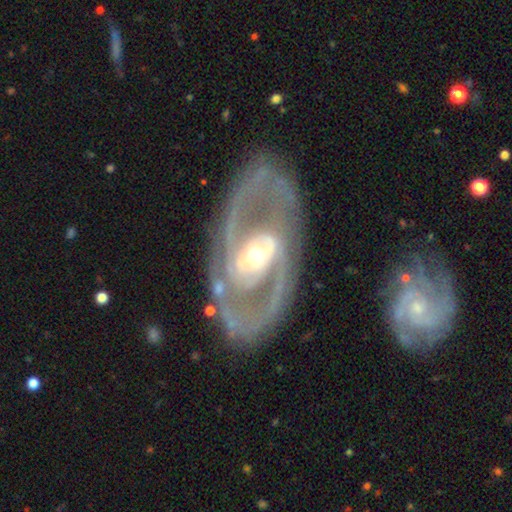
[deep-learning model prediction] featured or disk 90%, smooth 6%, star or artifact 5%. Down the decision tree: edge-on disk — no (95%); bar — weak (37%); spiral arms — yes (92%); spiral arm count — 2 (86%); spiral winding — medium (49%); bulge size — moderate (62%); merging — none (79%).